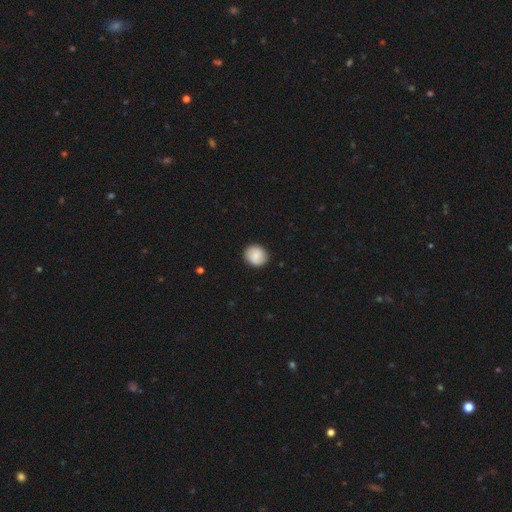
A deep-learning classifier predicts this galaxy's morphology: Overall: smooth (79%). How rounded: round (83%). Merging: none (88%).